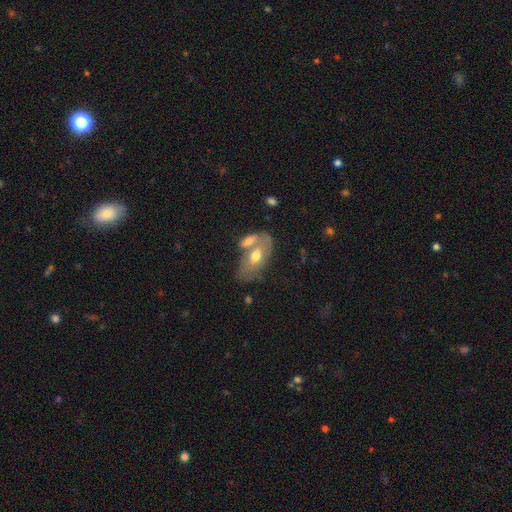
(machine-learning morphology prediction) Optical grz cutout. It shows a smooth galaxy with no disk features (50%) that is in between round and cigar-shaped (89%). Merging: merger (47%).